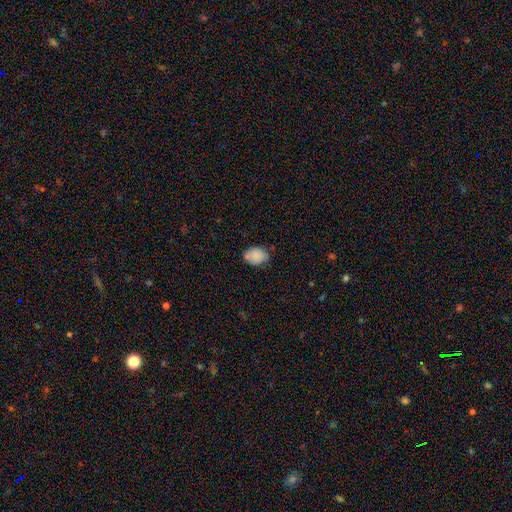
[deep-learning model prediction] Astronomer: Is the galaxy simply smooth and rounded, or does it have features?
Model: smooth — 86%.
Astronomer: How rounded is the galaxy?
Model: in between — 69%.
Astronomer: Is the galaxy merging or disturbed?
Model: none — 67%.